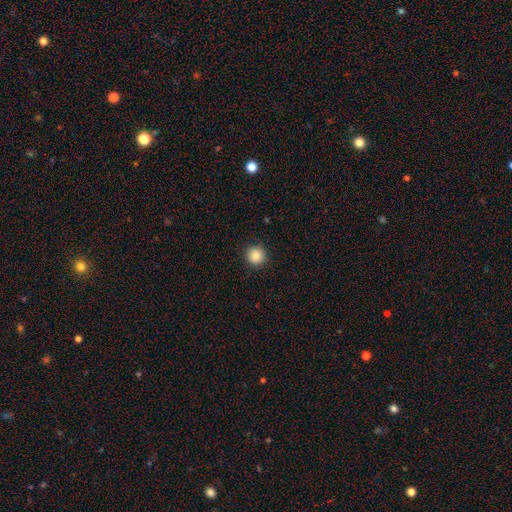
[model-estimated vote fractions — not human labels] The model was most divided on "smooth or featured": smooth: 87%, star or artifact: 10%, featured or disk: 3%. More confident: how rounded — round (94%); merging — none (91%).